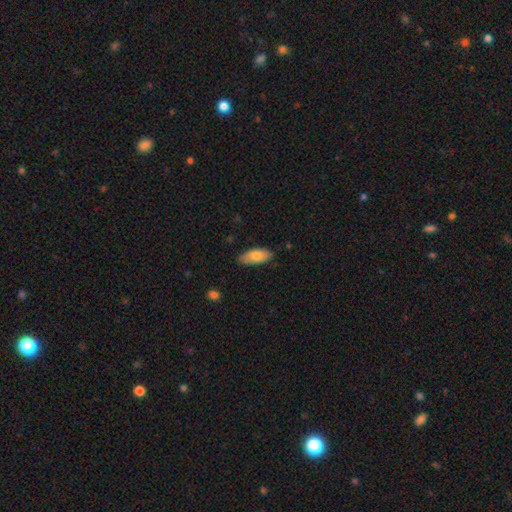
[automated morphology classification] Smooth or featured?
  - smooth: 79% *
  - featured or disk: 15%
  - star or artifact: 6%
How rounded?
  - in between: 85% *
  - cigar-shaped: 13%
  - round: 2%
Merging?
  - none: 82% *
  - minor disturbance: 14%
  - major disturbance: 2%
  - merger: 1%